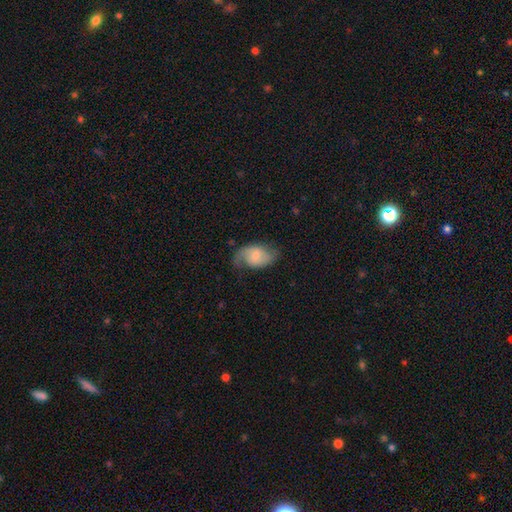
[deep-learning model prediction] Smooth or featured? Predicted: featured or disk (p=0.56). Edge-on disk? Predicted: no (p=0.96). Bar? Predicted: weak (p=0.45). Spiral arms? Predicted: yes (p=0.87). Bulge size? Predicted: moderate (p=0.44). Merging? Predicted: none (p=0.62).